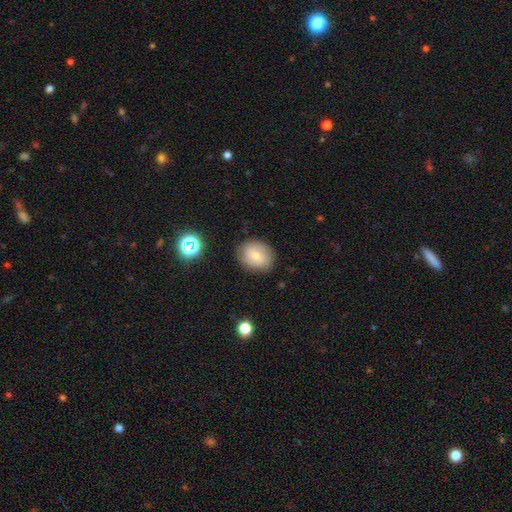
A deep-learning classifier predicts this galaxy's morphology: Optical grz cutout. It shows a smooth galaxy with no disk features (64%) that is round (57%). Merging: none (82%).